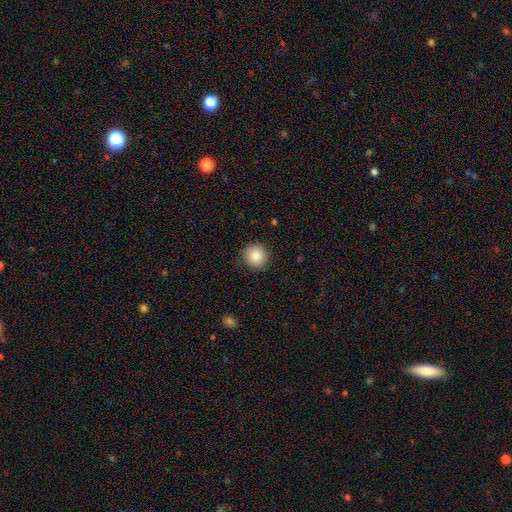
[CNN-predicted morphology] Smooth or featured: smooth — 85% (star or artifact — 8%)
How rounded: round — 94% (in between — 5%)
Merging: none — 88% (minor disturbance — 8%)